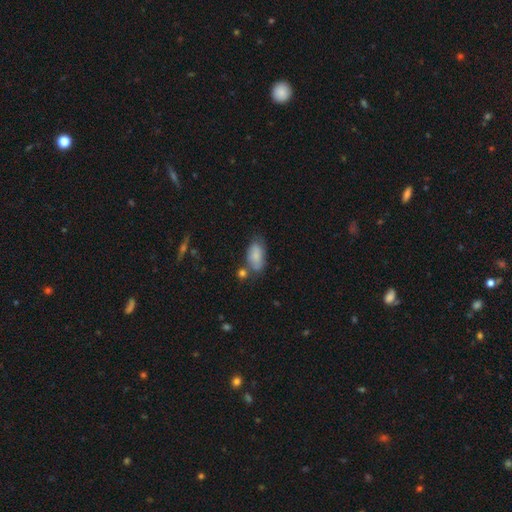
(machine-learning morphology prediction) smooth_or_featured: smooth (p=0.78) [alt: featured or disk p=0.14]
how_rounded: in between (p=0.91) [alt: round p=0.05]
merging: none (p=0.52) [alt: minor disturbance p=0.24]